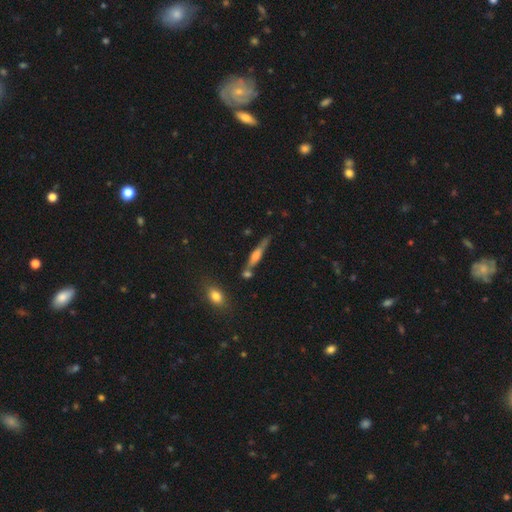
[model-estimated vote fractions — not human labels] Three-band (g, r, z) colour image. It shows a featured or disk galaxy (52%) viewed edge-on (91%). Merging: none (66%).